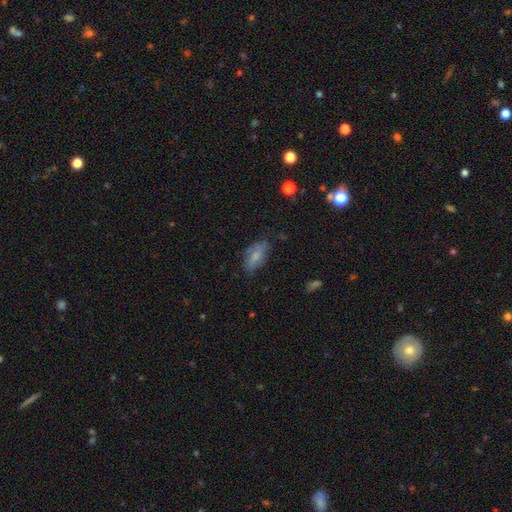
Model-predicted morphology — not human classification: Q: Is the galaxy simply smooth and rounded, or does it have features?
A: smooth — 66%.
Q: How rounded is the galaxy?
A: in between — 86%.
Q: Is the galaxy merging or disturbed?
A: none — 64%.